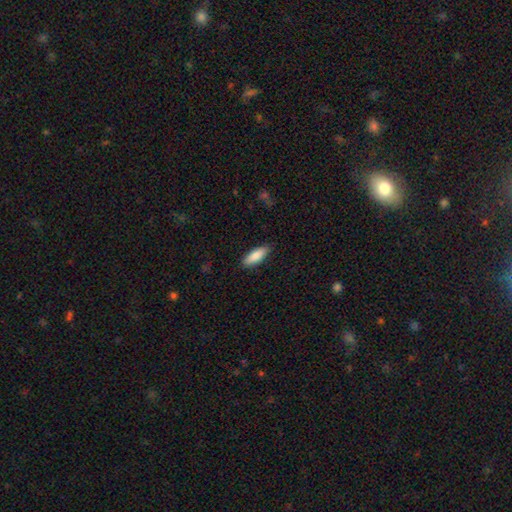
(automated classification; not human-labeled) smooth 85%, featured or disk 9%, star or artifact 6%. Down the decision tree: how rounded — in between (66%); merging — none (88%).